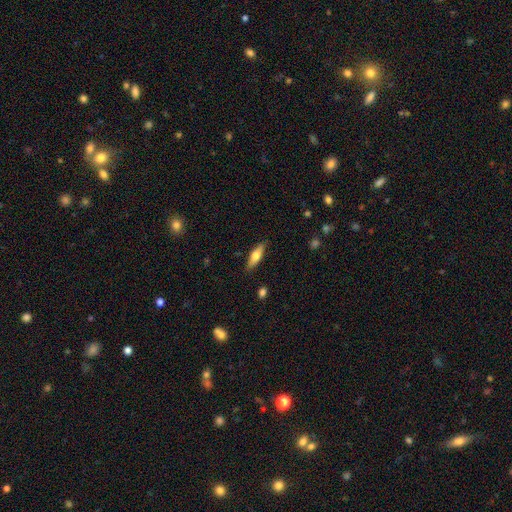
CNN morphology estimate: Overall: smooth (62%; featured or disk 32%). How rounded: cigar-shaped (50%; in between 47%). Merging: none (86%).